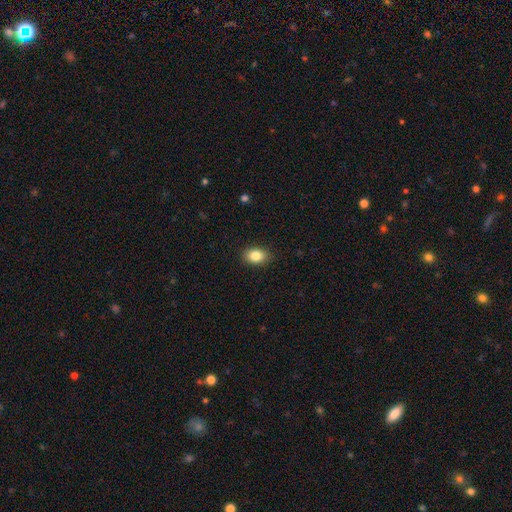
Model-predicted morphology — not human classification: smooth-or-featured: smooth: 85% | star or artifact: 9% | featured or disk: 7%
  how-rounded: in between: 77% | round: 21% | cigar-shaped: 1%
  merging: none: 88% | minor disturbance: 9% | major disturbance: 2% | merger: 1%